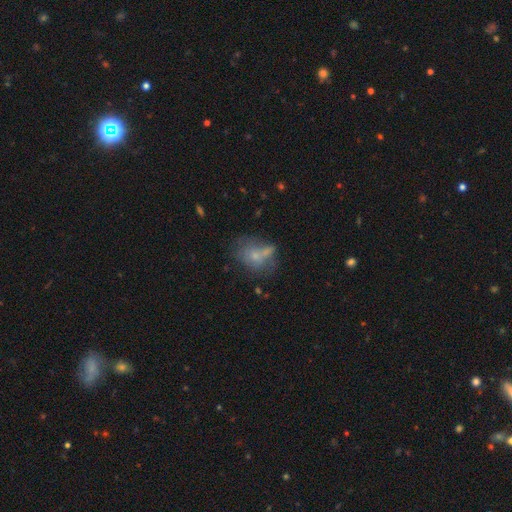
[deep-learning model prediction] Smooth or featured: smooth — 59% (featured or disk — 28%)
How rounded: in between — 58% (round — 40%)
Merging: none — 34% (merger — 31%)